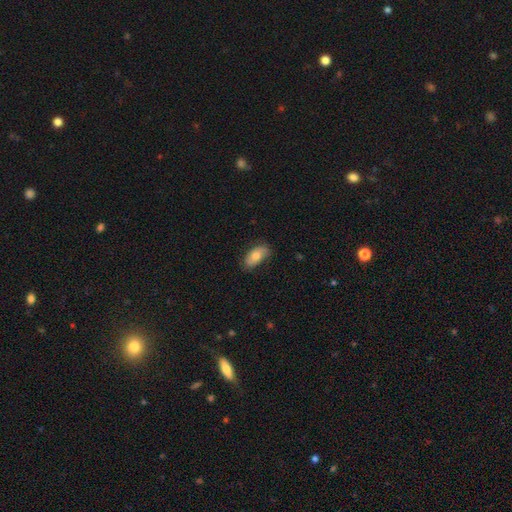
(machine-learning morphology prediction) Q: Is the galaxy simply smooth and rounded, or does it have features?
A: smooth — 72%.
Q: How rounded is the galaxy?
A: in between — 91%.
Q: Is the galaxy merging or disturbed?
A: none — 74%.